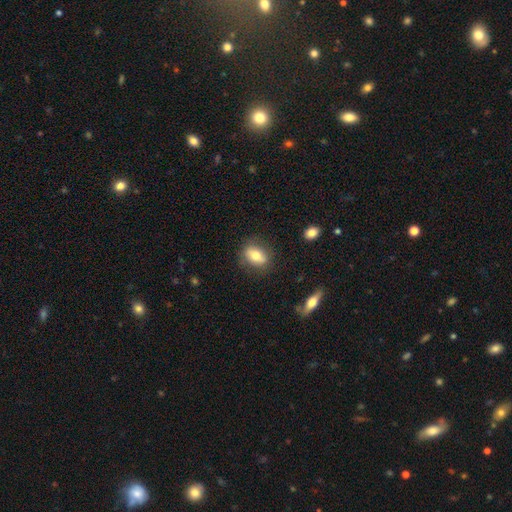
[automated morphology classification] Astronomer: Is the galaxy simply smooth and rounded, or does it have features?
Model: smooth — 71%.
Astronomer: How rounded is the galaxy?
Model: in between — 73%.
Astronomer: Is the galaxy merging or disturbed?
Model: none — 81%.